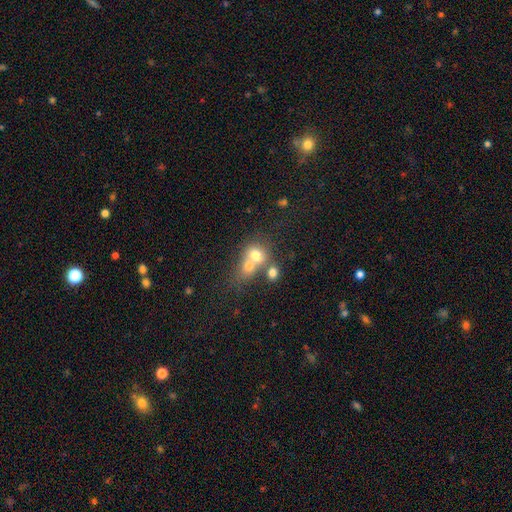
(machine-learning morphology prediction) smooth_or_featured: smooth (p=0.69) [alt: featured or disk p=0.19]
how_rounded: round (p=0.63) [alt: in between p=0.36]
merging: merger (p=0.64) [alt: none p=0.25]